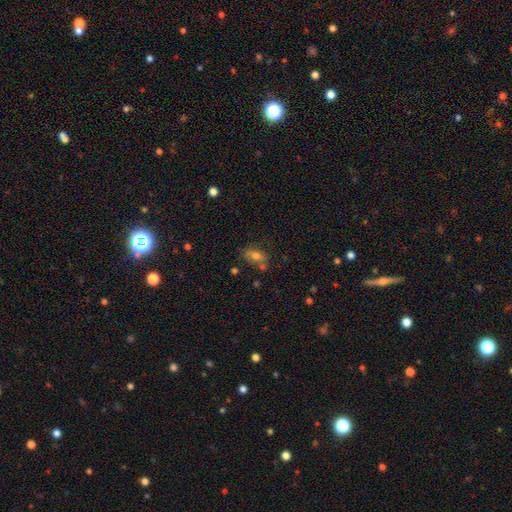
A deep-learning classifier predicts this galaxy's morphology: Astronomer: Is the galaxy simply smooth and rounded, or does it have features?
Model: smooth — 70%.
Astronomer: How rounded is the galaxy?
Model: in between — 80%.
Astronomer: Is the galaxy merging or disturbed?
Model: none — 62%.